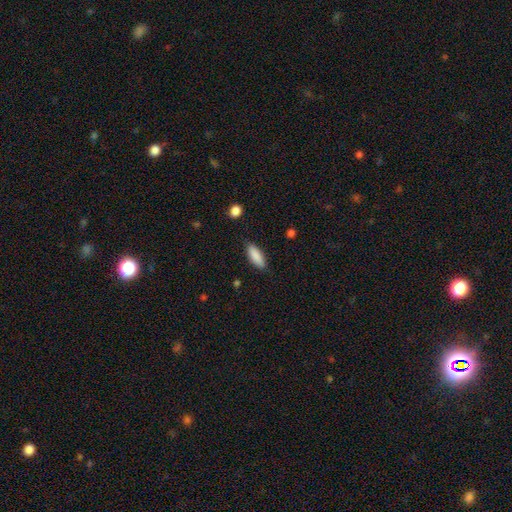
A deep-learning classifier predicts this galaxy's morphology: type=smooth (88%); roundness=in between (71%); merging=none (85%).